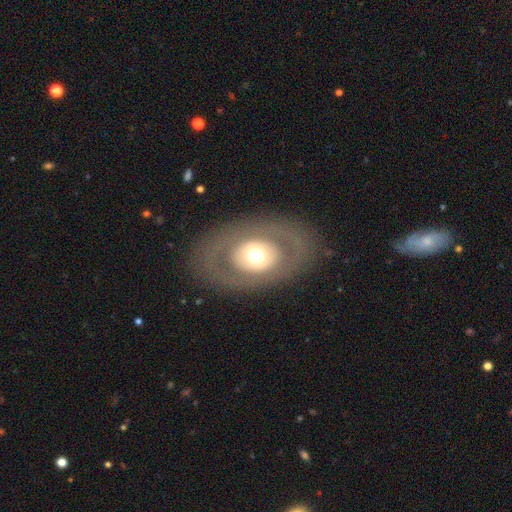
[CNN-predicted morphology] Q: Smooth or featured?
A: featured or disk (52%); runner-up: smooth (42%)
Q: Edge-on disk?
A: no (90%); runner-up: yes (10%)
Q: Merging?
A: none (82%); runner-up: minor disturbance (9%)